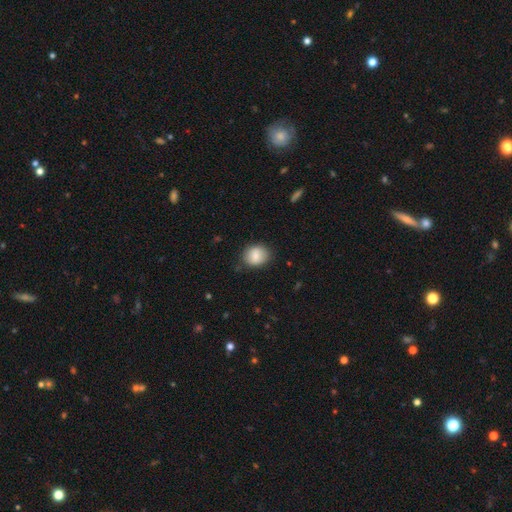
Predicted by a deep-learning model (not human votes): Q: Smooth or featured?
A: smooth (83%); runner-up: featured or disk (9%)
Q: How rounded?
A: round (56%); runner-up: in between (43%)
Q: Merging?
A: none (79%); runner-up: minor disturbance (15%)